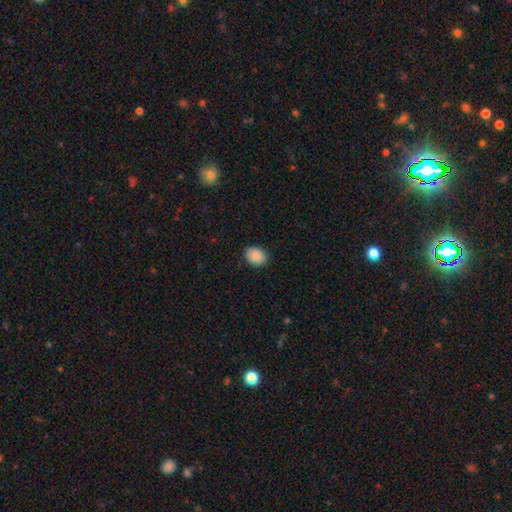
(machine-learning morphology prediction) This appears to be a smooth galaxy with no disk features (89%) that is in between round and cigar-shaped (66%). Merging: none (88%).